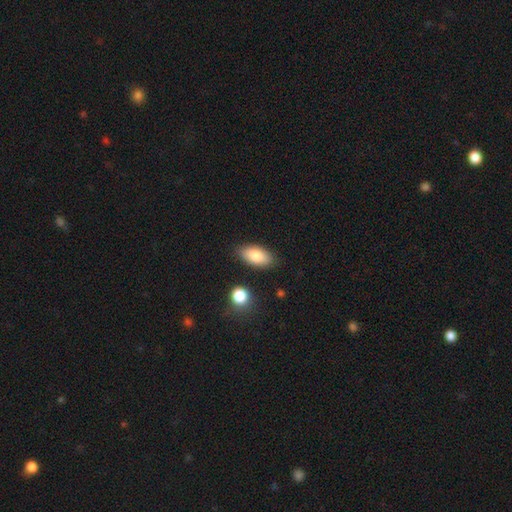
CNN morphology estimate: type=smooth (86%); roundness=in between (92%); merging=none (84%).